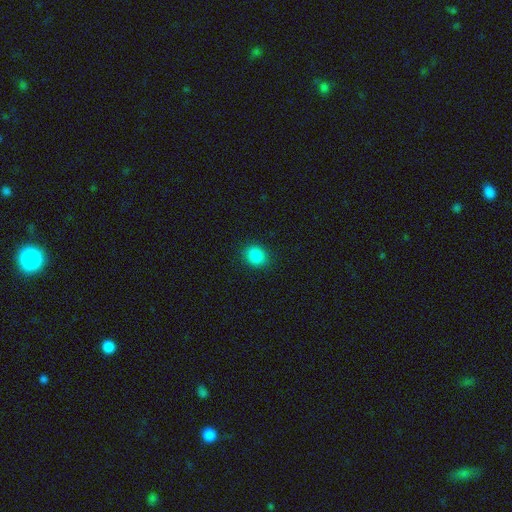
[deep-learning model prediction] The model was most divided on "how rounded": round: 71%, in between: 28%, cigar-shaped: 1%. More confident: merging — none (90%); smooth or featured — smooth (86%).